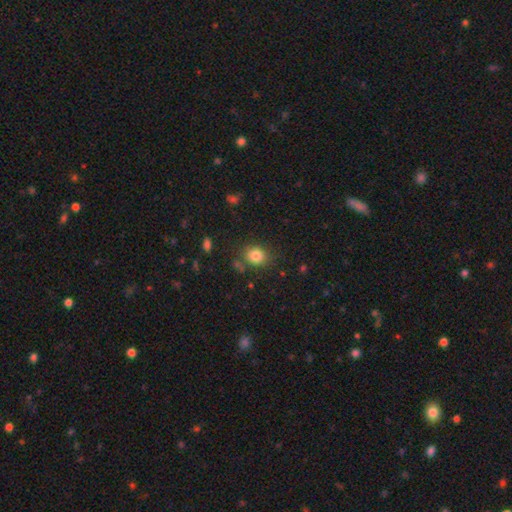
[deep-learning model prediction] Q: Smooth or featured?
A: smooth (82%); runner-up: star or artifact (11%)
Q: How rounded?
A: round (69%); runner-up: in between (30%)
Q: Merging?
A: none (78%); runner-up: minor disturbance (13%)